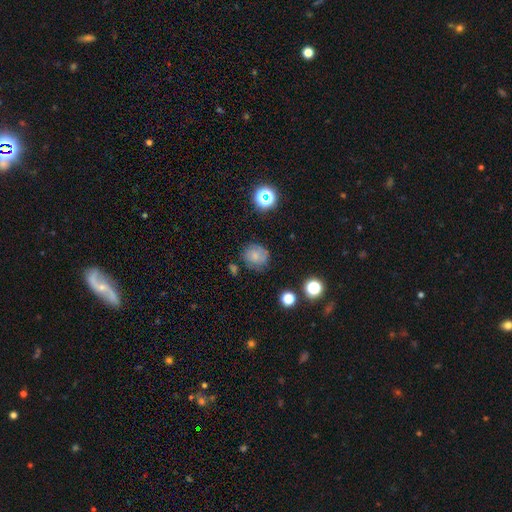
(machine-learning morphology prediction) Smooth or featured?
  - smooth: 67% *
  - featured or disk: 18%
  - star or artifact: 14%
How rounded?
  - round: 80% *
  - in between: 19%
  - cigar-shaped: 1%
Merging?
  - none: 70% *
  - minor disturbance: 19%
  - major disturbance: 6%
  - merger: 4%